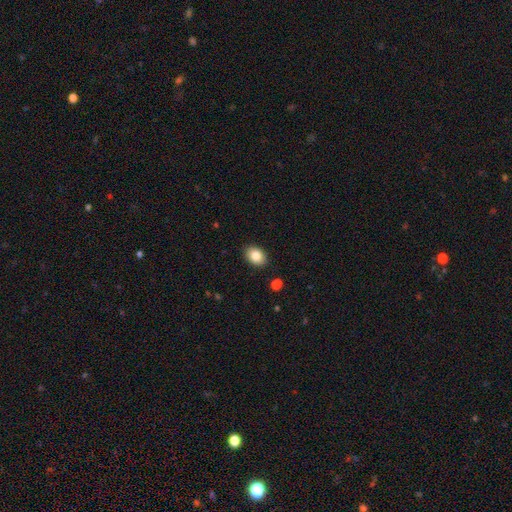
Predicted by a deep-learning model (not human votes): Smooth or featured: smooth — 85% (star or artifact — 8%)
How rounded: in between — 78% (round — 21%)
Merging: none — 88% (minor disturbance — 8%)